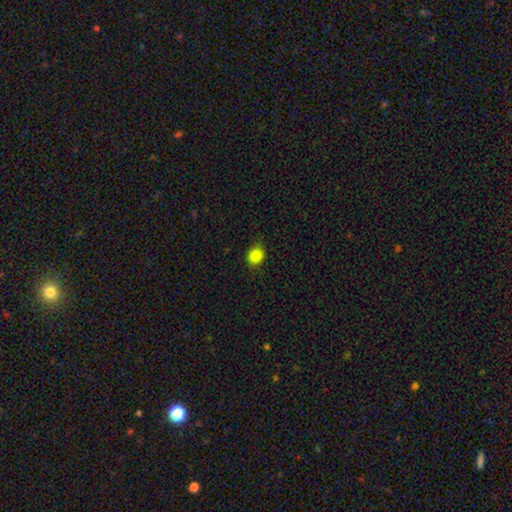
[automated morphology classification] The model was most divided on "how rounded": round: 68%, in between: 31%, cigar-shaped: 1%. More confident: smooth or featured — smooth (86%); merging — none (81%).